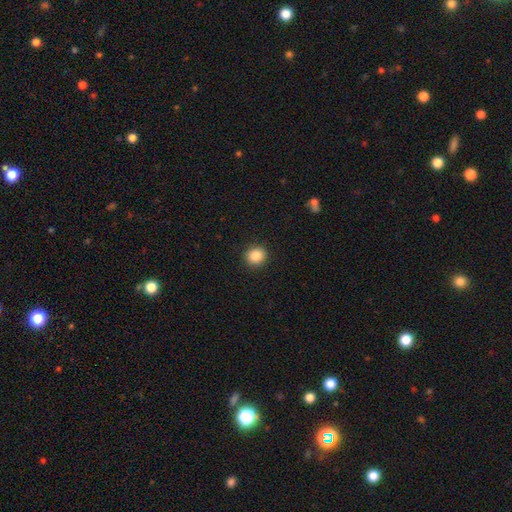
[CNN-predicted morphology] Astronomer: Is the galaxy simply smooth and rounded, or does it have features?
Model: smooth — 86%.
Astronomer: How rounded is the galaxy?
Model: round — 86%.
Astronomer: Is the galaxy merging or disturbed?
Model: none — 92%.